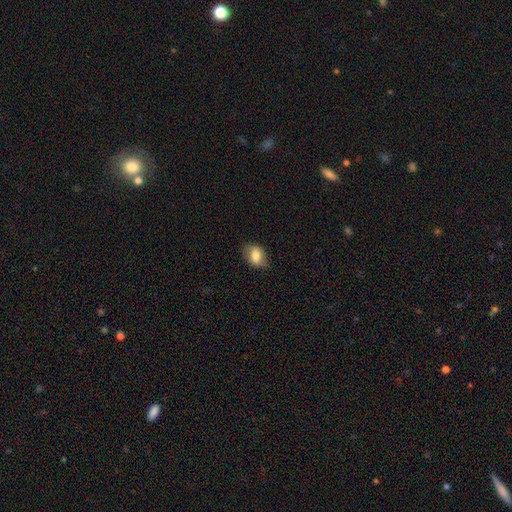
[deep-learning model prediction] A smooth galaxy with no disk features (79%) that is in between round and cigar-shaped (82%).

Vote fractions:
- Smooth or featured? smooth: 79% / featured or disk: 14% / star or artifact: 8%
- How rounded? in between: 82% / round: 16% / cigar-shaped: 2%
- Merging? none: 76% / minor disturbance: 18% / major disturbance: 5% / merger: 1%